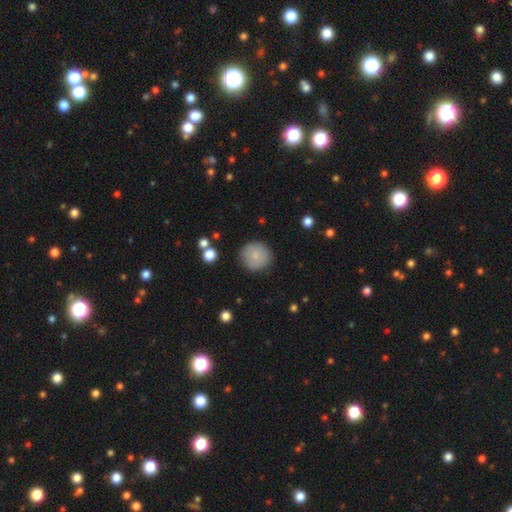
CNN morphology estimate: The model was most divided on "smooth or featured": smooth: 80%, featured or disk: 12%, star or artifact: 8%. More confident: how rounded — round (94%); merging — none (86%).